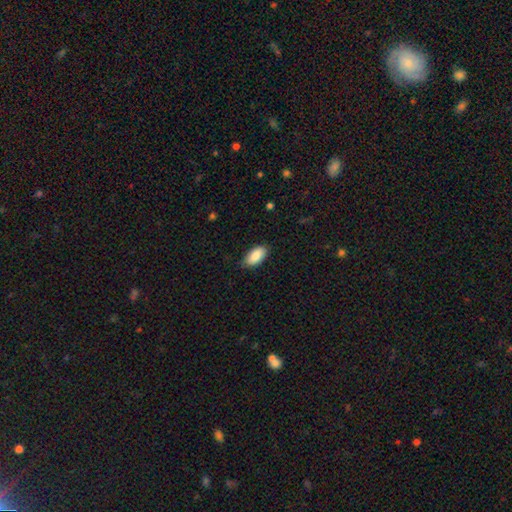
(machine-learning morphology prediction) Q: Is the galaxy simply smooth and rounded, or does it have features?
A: smooth — 87%.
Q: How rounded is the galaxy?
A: in between — 94%.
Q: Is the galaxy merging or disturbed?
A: none — 80%.